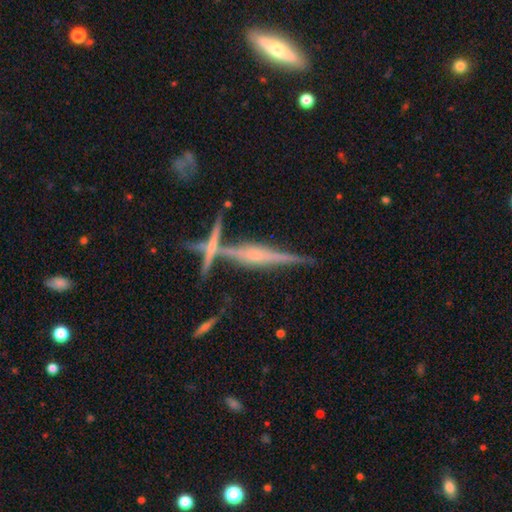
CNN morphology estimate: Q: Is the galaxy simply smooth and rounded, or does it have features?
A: featured or disk — 80%.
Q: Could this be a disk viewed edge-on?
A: yes — 98%.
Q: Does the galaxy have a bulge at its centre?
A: rounded — 69%.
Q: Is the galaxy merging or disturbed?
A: none — 74%.